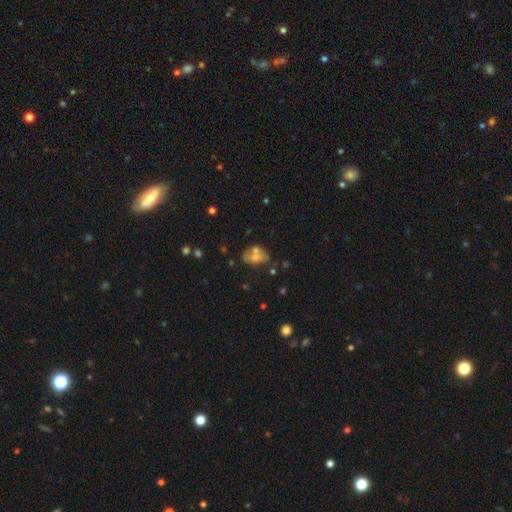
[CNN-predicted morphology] smooth-or-featured: smooth: 53% | featured or disk: 34% | star or artifact: 13%
  how-rounded: in between: 80% | round: 17% | cigar-shaped: 3%
  merging: none: 34% | merger: 33% | minor disturbance: 19% | major disturbance: 13%